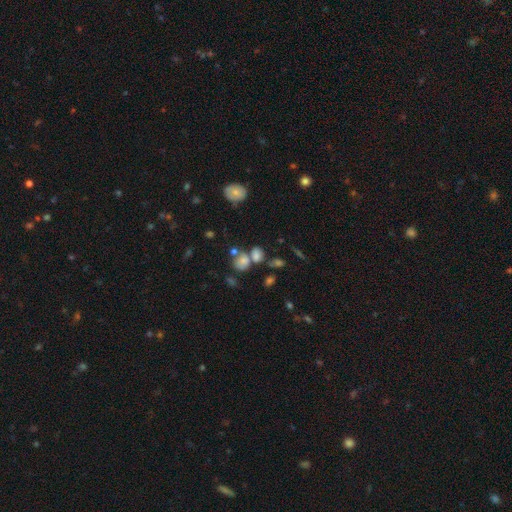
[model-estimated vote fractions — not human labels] smooth-or-featured: smooth: 65% | star or artifact: 19% | featured or disk: 16%
  how-rounded: round: 49% (tied) | in between: 49% (tied) | cigar-shaped: 2%
  merging: none: 45% | merger: 35% | minor disturbance: 13% | major disturbance: 7%